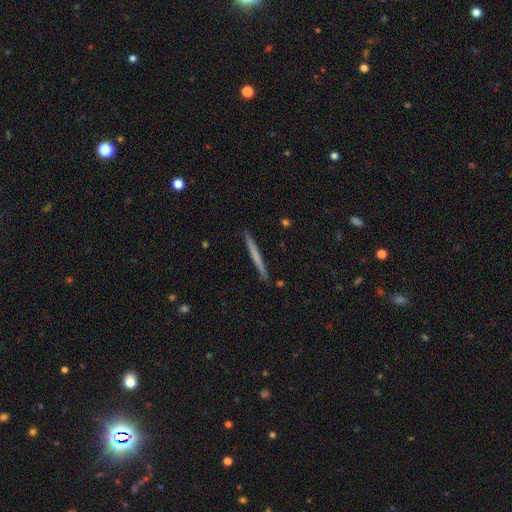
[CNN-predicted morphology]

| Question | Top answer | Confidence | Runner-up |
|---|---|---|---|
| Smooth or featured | smooth | 52% | featured or disk (43%) |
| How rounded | cigar-shaped | 97% | in between (1%) |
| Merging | none | 91% | minor disturbance (6%) |